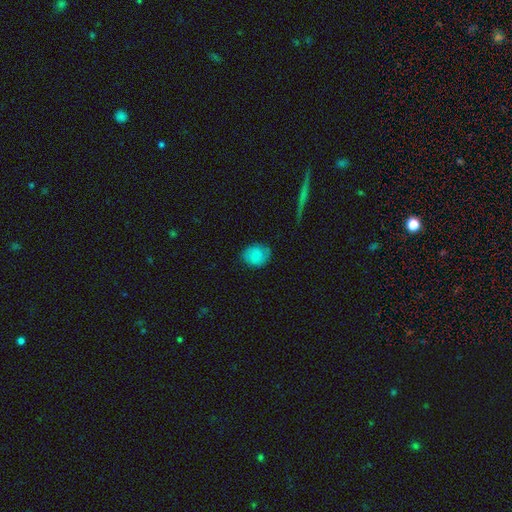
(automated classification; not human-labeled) This is clearly a smooth galaxy (82%). How rounded: likely round (62%). Merging: likely none (77%).